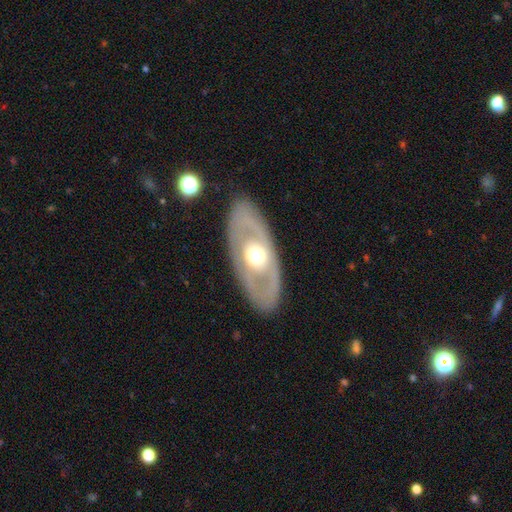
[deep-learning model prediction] This appears to be a featured or disk galaxy (69%) with no bar (82%), no spiral arms (73%) and a moderate central bulge (68%). Merging: none (84%).